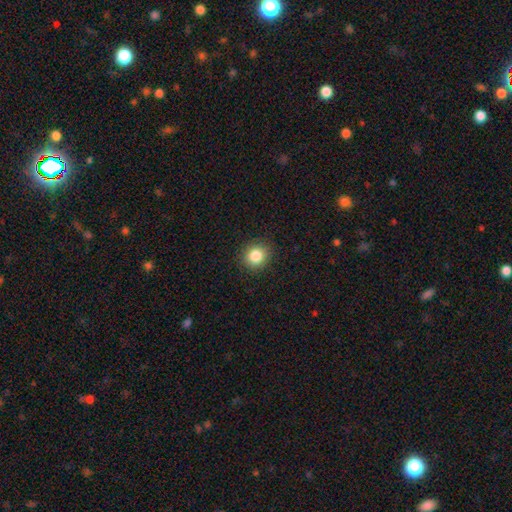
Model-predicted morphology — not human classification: Smooth or featured? Predicted: smooth (p=0.84). How rounded? Predicted: round (p=0.82). Merging? Predicted: none (p=0.90).